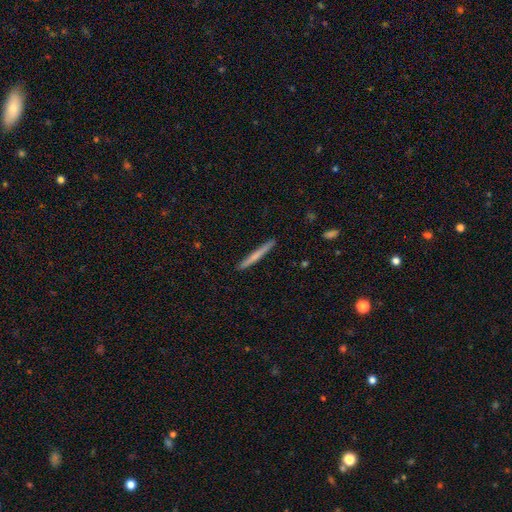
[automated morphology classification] Smooth or featured? smooth (59%)
How rounded? cigar-shaped (97%)
Merging? none (92%)